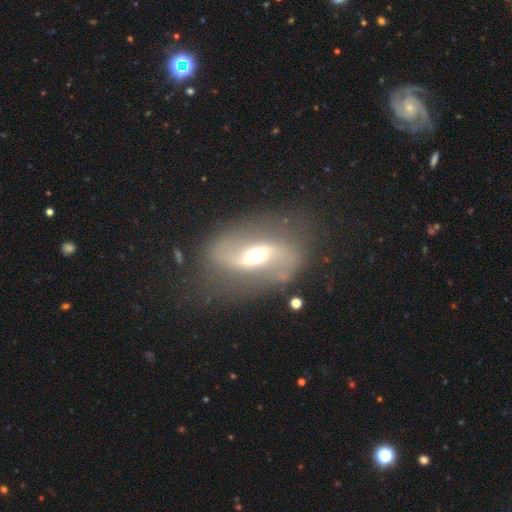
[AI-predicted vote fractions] Q: Smooth or featured?
A: featured or disk (84%); runner-up: smooth (10%)
Q: Edge-on disk?
A: no (95%); runner-up: yes (5%)
Q: Bar?
A: weak (41%); runner-up: strong (32%)
Q: Spiral arms?
A: yes (92%); runner-up: no (8%)
Q: Spiral winding?
A: loose (63%); runner-up: medium (29%)
Q: Spiral arm count?
A: 2 (92%); runner-up: can't tell (3%)
Q: Bulge size?
A: moderate (61%); runner-up: small (27%)
Q: Merging?
A: none (76%); runner-up: minor disturbance (14%)